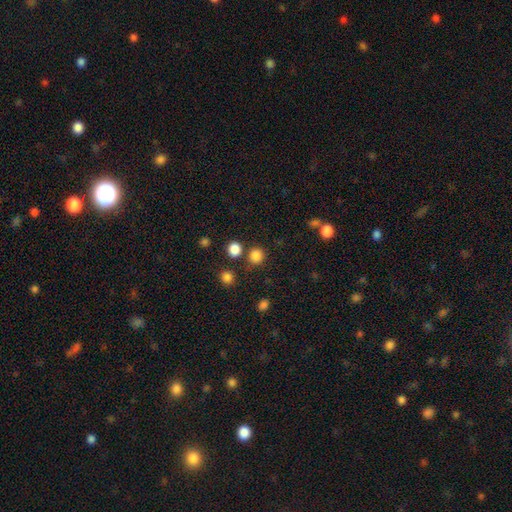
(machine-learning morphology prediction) Smooth or featured? Predicted: smooth (p=0.83). How rounded? Predicted: round (p=0.88). Merging? Predicted: none (p=0.78).